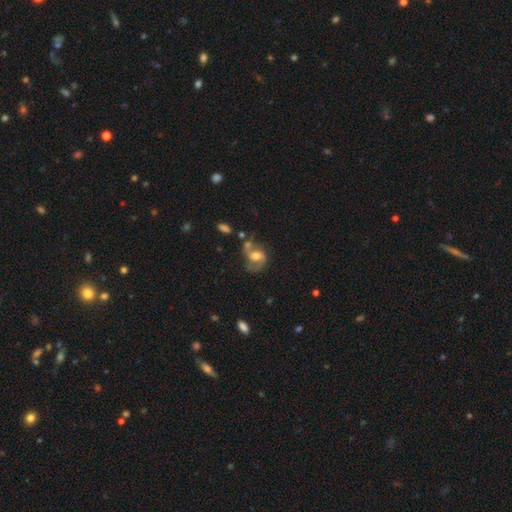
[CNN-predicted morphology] This appears to be a featured or disk galaxy (67%) with no bar (45%), 2 (81%) medium (46%) spiral arms (86%) and a moderate central bulge (55%). Merging: none (44%).